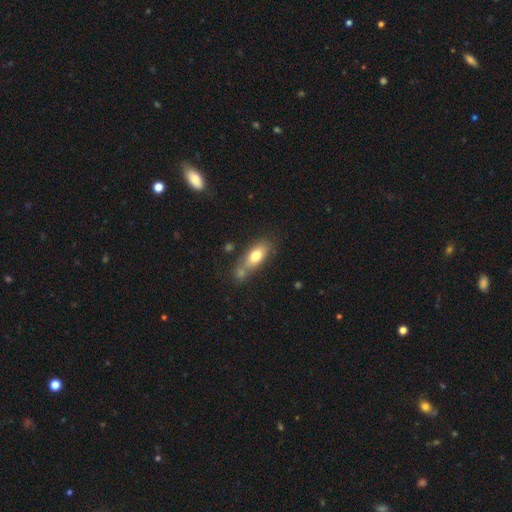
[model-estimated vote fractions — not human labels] Smooth or featured? smooth (72%)
How rounded? in between (77%)
Merging? none (52%)